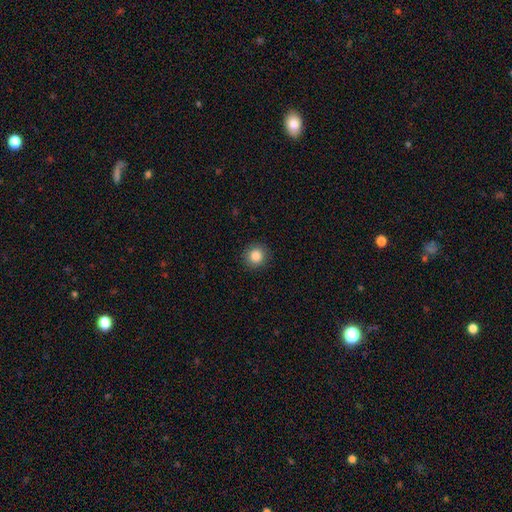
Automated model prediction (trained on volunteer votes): This is clearly a smooth galaxy (86%). How rounded: clearly round (91%). Merging: clearly none (90%).